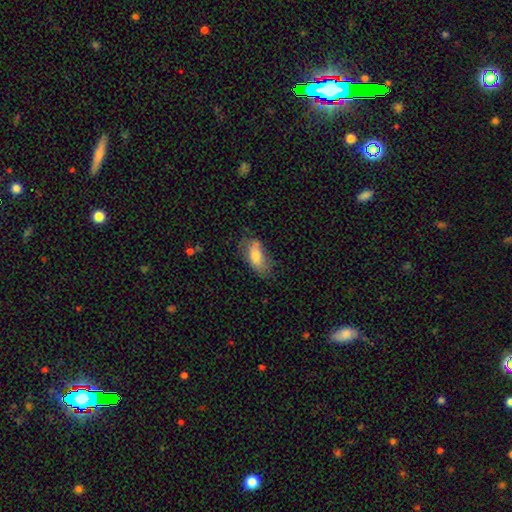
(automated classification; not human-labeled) smooth_or_featured: smooth (p=0.71) [alt: featured or disk p=0.22]
how_rounded: in between (p=0.89) [alt: cigar-shaped p=0.07]
merging: none (p=0.51) [alt: minor disturbance p=0.31]